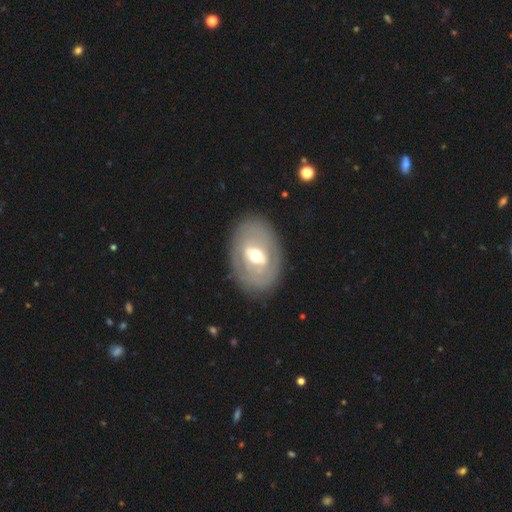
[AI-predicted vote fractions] Overall: featured or disk (63%; smooth 31%). Edge-on disk: no (91%). Bar: weak (41%; strong 34%). Spiral arms: no (73%). Bulge size: moderate (69%). Merging: none (82%).